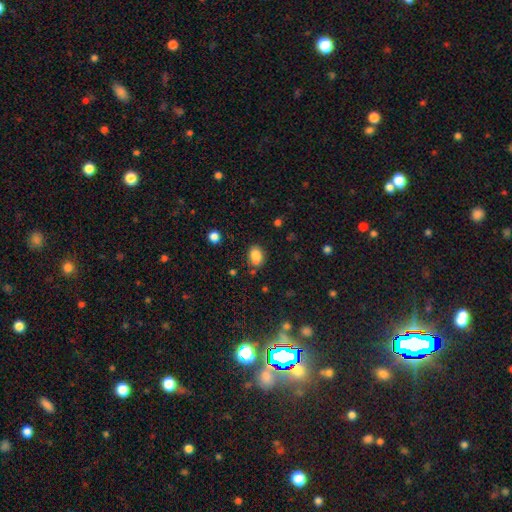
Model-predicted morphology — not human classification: Overall: smooth (82%). How rounded: in between (75%). Merging: none (69%).